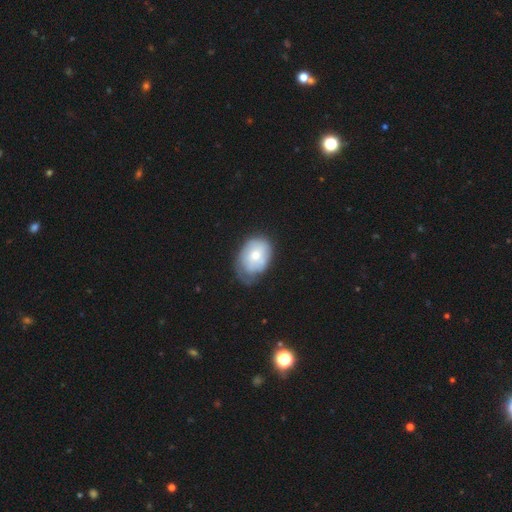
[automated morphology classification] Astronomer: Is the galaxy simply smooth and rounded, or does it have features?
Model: smooth — 61%.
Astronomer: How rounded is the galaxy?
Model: in between — 72%.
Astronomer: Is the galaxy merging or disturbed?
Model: none — 41% (runner-up: minor disturbance, 40%).